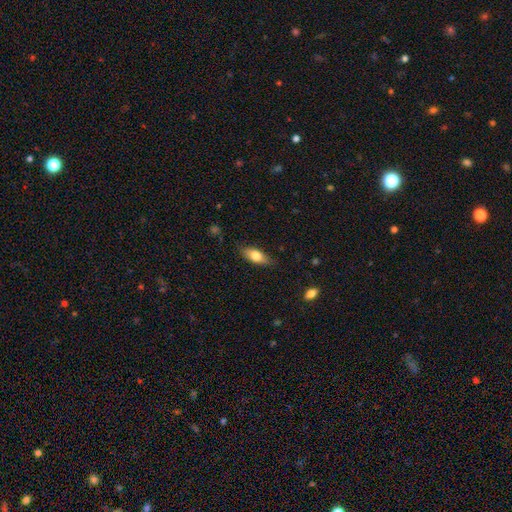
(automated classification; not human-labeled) Overall: smooth (75%). How rounded: in between (78%). Merging: none (82%).